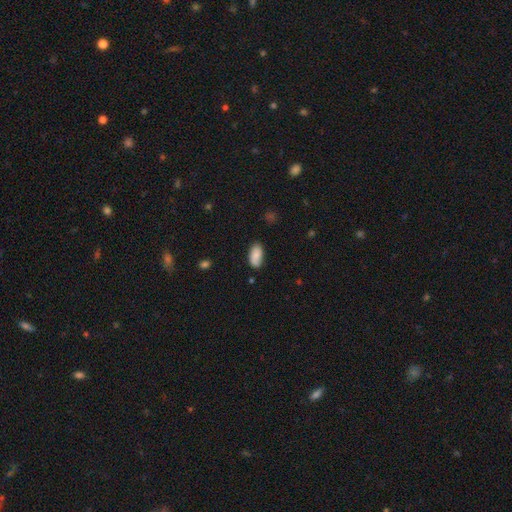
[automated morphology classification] Smooth or featured? smooth (84%)
How rounded? in between (93%)
Merging? none (76%)